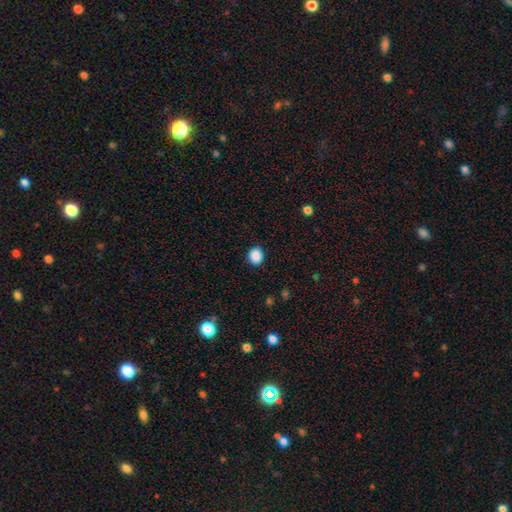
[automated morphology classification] A smooth galaxy with no disk features (89%) that is round (74%). Merging: none (89%).